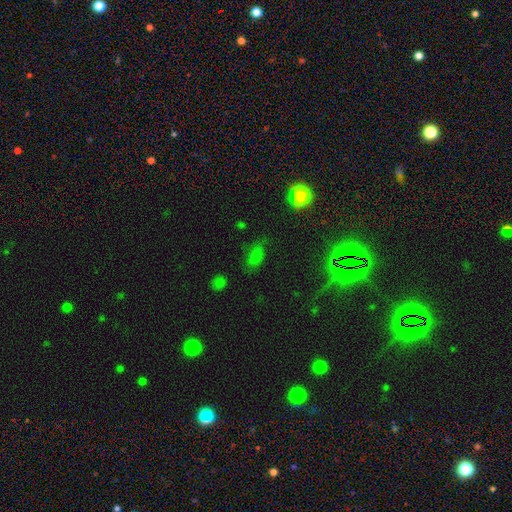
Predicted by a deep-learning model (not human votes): This appears to be a smooth galaxy with no disk features (63%) that is in between round and cigar-shaped (87%). Merging: none (61%).